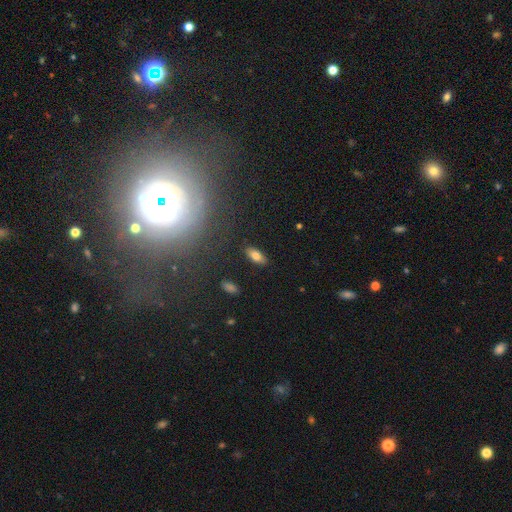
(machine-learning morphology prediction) Smooth or featured: smooth — 77% (featured or disk — 14%)
How rounded: in between — 83% (cigar-shaped — 14%)
Merging: none — 88% (minor disturbance — 9%)